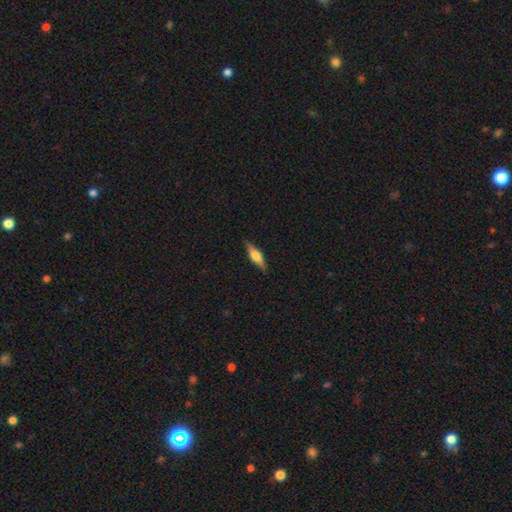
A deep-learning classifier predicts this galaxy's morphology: A featured or disk galaxy (51%) viewed edge-on (94%).

Vote fractions:
- Smooth or featured? featured or disk: 51% / smooth: 42% / star or artifact: 7%
- Edge-on disk? yes: 94% / no: 6%
- Merging? none: 86% / minor disturbance: 10% / major disturbance: 2% / merger: 1%